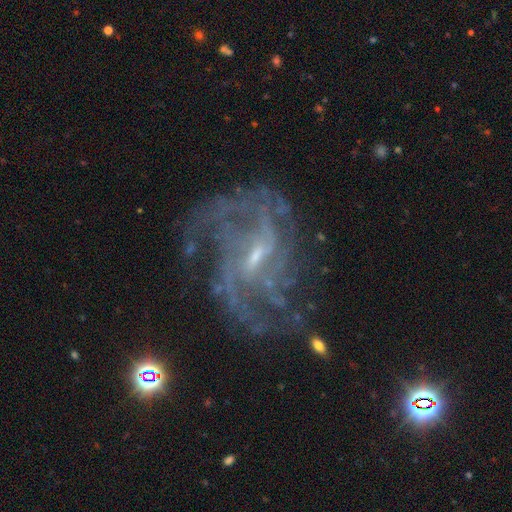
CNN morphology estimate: A featured or disk galaxy (86%) with a weak bar (56%), medium (48%) spiral arms (94%) and a small central bulge (70%).

Vote fractions:
- Smooth or featured? featured or disk: 86% / star or artifact: 10% / smooth: 5%
- Edge-on disk? no: 97% / yes: 3%
- Bar? weak: 56% / strong: 24% / no: 20%
- Spiral arms? yes: 94% / no: 6%
- Spiral winding? medium: 48% / tight: 28% / loose: 24%
- Spiral arm count? can't tell: 28% / 2: 20% / 3: 19% / 4: 16% / more than 4: 9% / 1: 8%
- Bulge size? small: 70% / moderate: 19% / none: 8% / large: 1% / dominant: 1%
- Merging? none: 62% / minor disturbance: 18% / major disturbance: 17% / merger: 3%